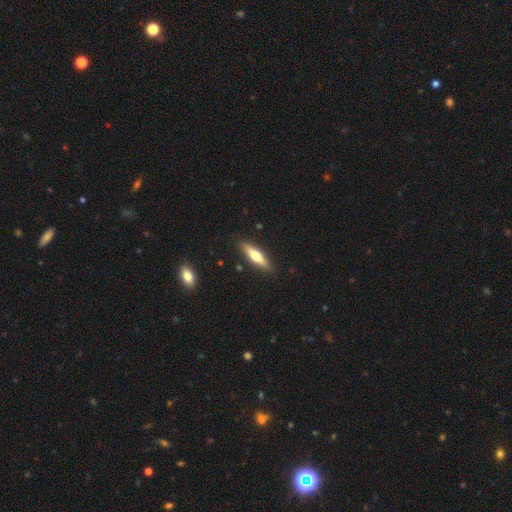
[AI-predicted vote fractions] smooth-or-featured: smooth: 50% | featured or disk: 44% | star or artifact: 6%
  how-rounded: cigar-shaped: 72% | in between: 26% | round: 2%
  merging: none: 88% | minor disturbance: 9% | major disturbance: 2% | merger: 2%